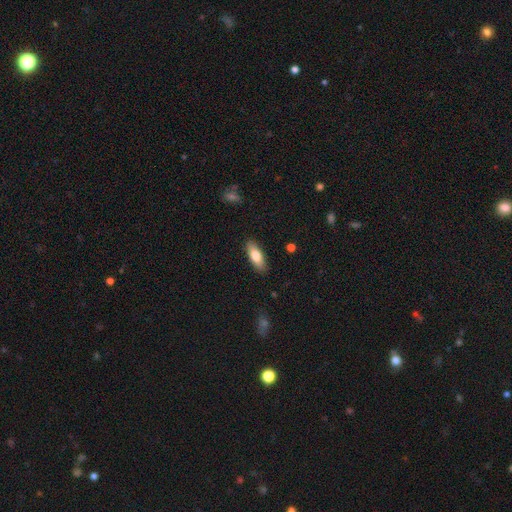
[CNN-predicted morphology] Smooth or featured?
  - smooth: 77% *
  - featured or disk: 17%
  - star or artifact: 6%
How rounded?
  - in between: 69% *
  - cigar-shaped: 29%
  - round: 2%
Merging?
  - none: 88% *
  - minor disturbance: 9%
  - major disturbance: 2%
  - merger: 1%